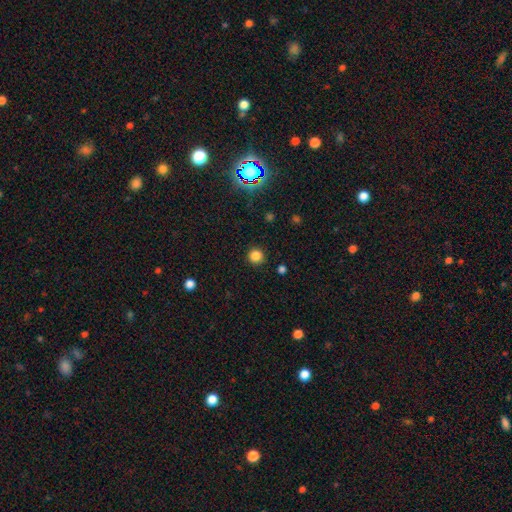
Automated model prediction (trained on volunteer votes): Smooth or featured: smooth — 82% (star or artifact — 14%)
How rounded: round — 95% (in between — 4%)
Merging: none — 91% (minor disturbance — 5%)